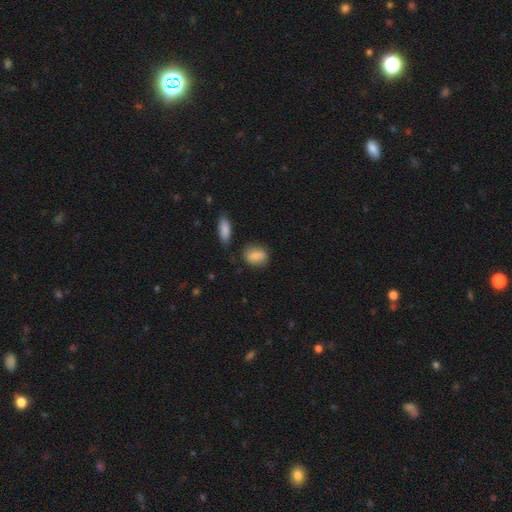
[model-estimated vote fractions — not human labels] Q: Smooth or featured?
A: smooth (80%); runner-up: featured or disk (12%)
Q: How rounded?
A: in between (69%); runner-up: round (28%)
Q: Merging?
A: none (65%); runner-up: minor disturbance (22%)